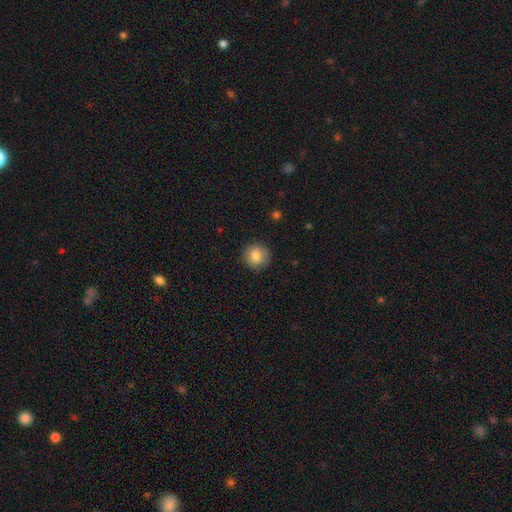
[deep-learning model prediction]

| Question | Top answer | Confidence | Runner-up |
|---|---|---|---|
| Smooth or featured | smooth | 85% | star or artifact (9%) |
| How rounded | round | 92% | in between (7%) |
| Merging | none | 87% | minor disturbance (9%) |